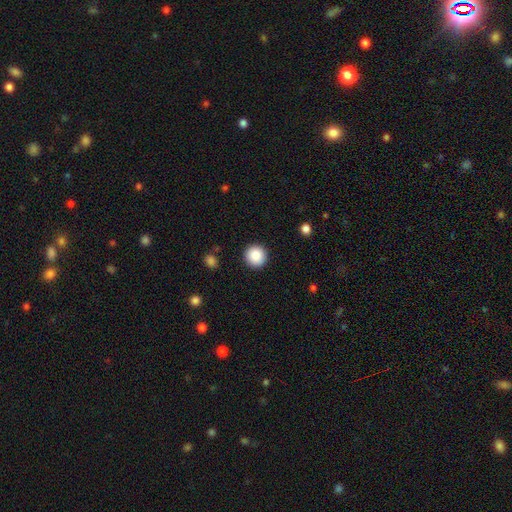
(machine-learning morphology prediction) A smooth galaxy with no disk features (88%) that is round (95%). Merging: none (92%).